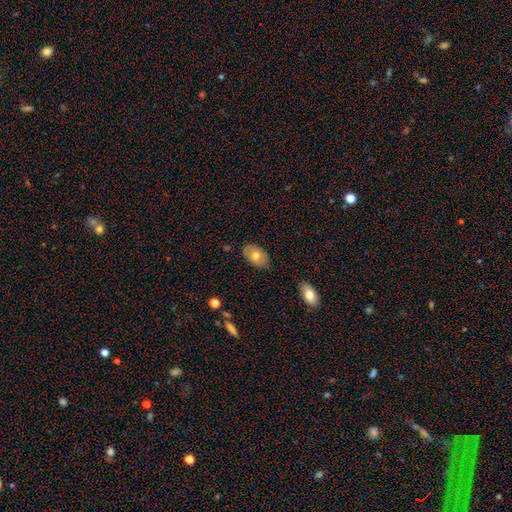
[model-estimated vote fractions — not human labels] A smooth galaxy with no disk features (70%) that is in between round and cigar-shaped (91%). Merging: none (84%).